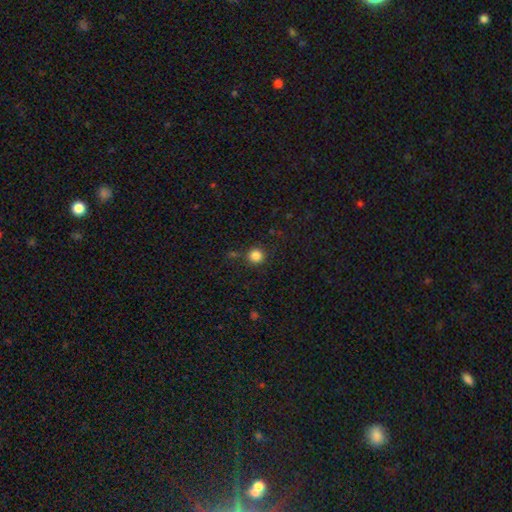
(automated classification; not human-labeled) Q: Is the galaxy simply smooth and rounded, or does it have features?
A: smooth — 84%.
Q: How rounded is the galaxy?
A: round — 93%.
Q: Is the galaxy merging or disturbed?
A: none — 83%.